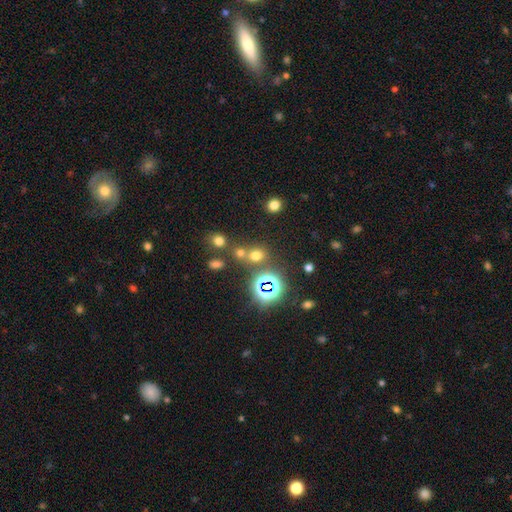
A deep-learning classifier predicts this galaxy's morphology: The model was most divided on "smooth or featured": smooth: 58%, star or artifact: 34%, featured or disk: 8%. More confident: how rounded — round (67%); merging — none (64%).